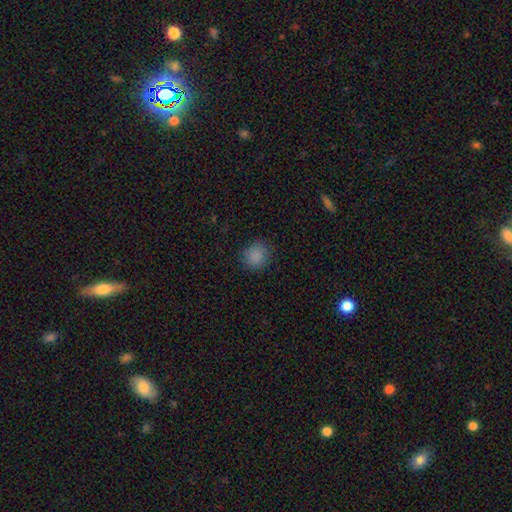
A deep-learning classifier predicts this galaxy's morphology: Smooth or featured? smooth (85%)
How rounded? round (82%)
Merging? none (85%)